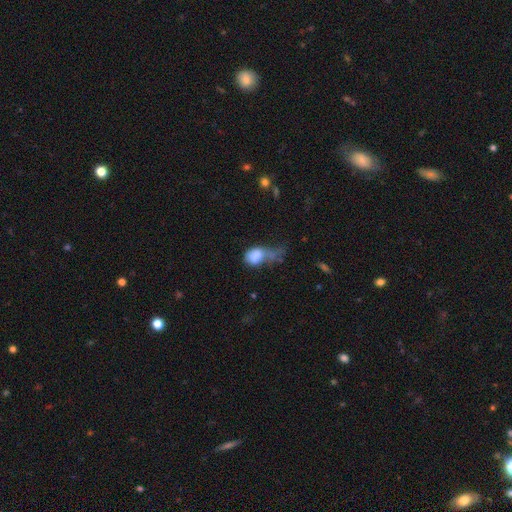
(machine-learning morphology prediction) A smooth galaxy with no disk features (76%) that is in between round and cigar-shaped (69%). Merging: major disturbance (51%).